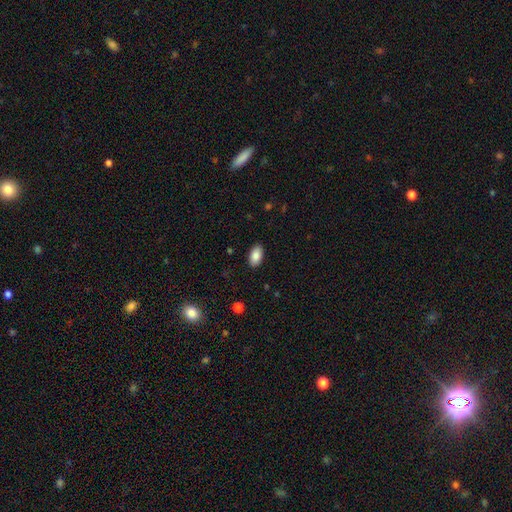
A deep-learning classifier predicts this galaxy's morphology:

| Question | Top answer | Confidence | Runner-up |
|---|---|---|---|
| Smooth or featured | smooth | 87% | star or artifact (7%) |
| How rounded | in between | 94% | round (4%) |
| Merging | none | 89% | minor disturbance (8%) |